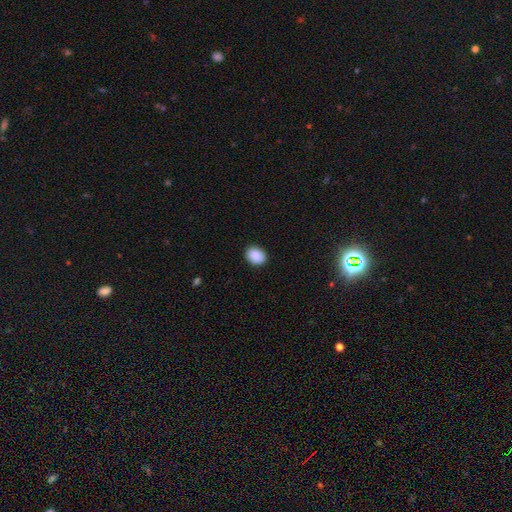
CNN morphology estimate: Smooth or featured?
  - smooth: 90% *
  - star or artifact: 7%
  - featured or disk: 3%
How rounded?
  - in between: 57% *
  - round: 42%
  - cigar-shaped: 1%
Merging?
  - none: 90% *
  - minor disturbance: 8%
  - major disturbance: 2%
  - merger: 1%